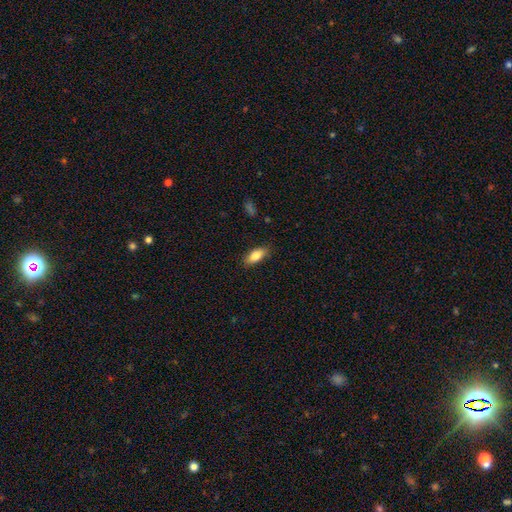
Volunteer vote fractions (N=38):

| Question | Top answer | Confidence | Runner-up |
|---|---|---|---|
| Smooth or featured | smooth | 68% | featured or disk (24%) |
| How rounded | in between | 77% | cigar-shaped (19%) |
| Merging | none | 91% | minor disturbance (9%) |